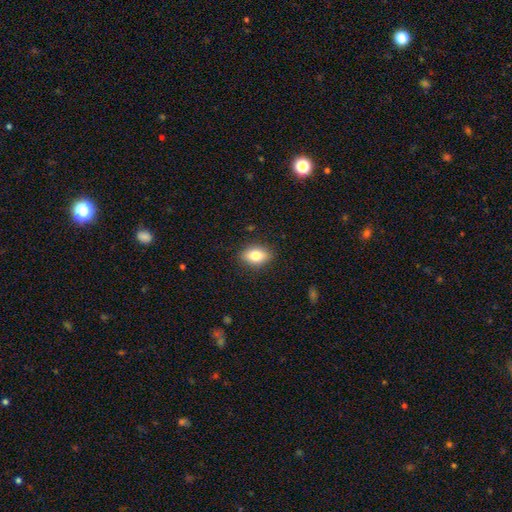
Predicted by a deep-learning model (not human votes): This is clearly a smooth galaxy (80%). How rounded: clearly in between (82%). Merging: clearly none (87%).